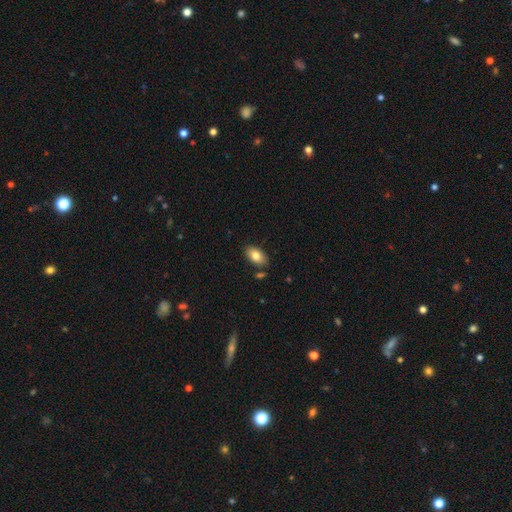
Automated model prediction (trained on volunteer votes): Smooth or featured? smooth (83%)
How rounded? in between (93%)
Merging? none (82%)